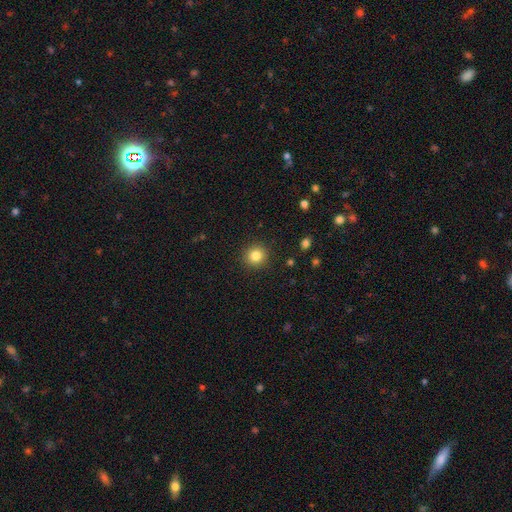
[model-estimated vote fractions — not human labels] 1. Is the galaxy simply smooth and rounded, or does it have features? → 83% smooth, 11% star or artifact, 6% featured or disk.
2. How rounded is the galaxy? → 92% round, 7% in between, 1% cigar-shaped.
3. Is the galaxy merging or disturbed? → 91% none, 6% minor disturbance, 2% major disturbance, 1% merger.